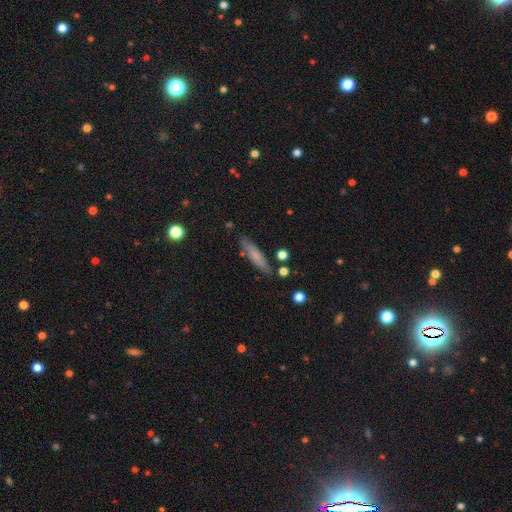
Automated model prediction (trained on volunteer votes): Smooth or featured? Predicted: smooth (p=0.68). How rounded? Predicted: cigar-shaped (p=0.82). Merging? Predicted: none (p=0.83).